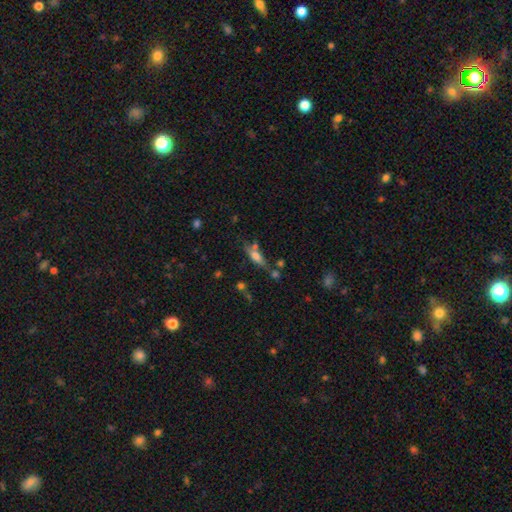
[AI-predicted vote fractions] Q: Smooth or featured?
A: smooth (58%); runner-up: featured or disk (32%)
Q: How rounded?
A: in between (48%); runner-up: cigar-shaped (47%)
Q: Merging?
A: none (52%); runner-up: merger (21%)